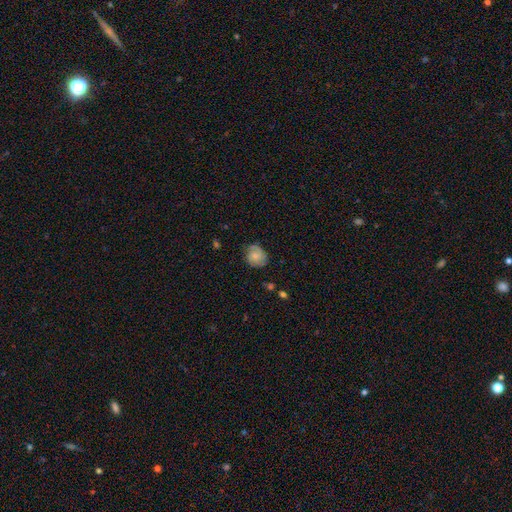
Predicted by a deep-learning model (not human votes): smooth 53%, featured or disk 38%, star or artifact 8%. Down the decision tree: how rounded — round (73%); merging — none (66%).